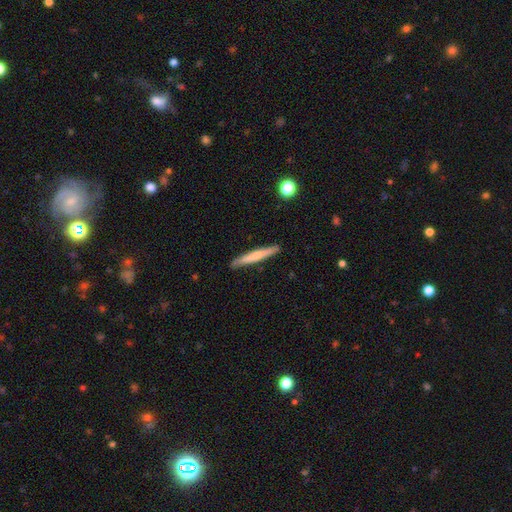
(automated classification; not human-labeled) Smooth or featured: smooth — 58% (featured or disk — 37%)
How rounded: cigar-shaped — 96% (in between — 3%)
Merging: none — 89% (minor disturbance — 8%)